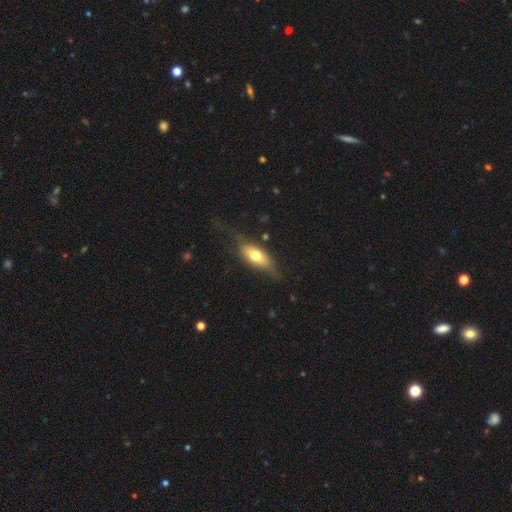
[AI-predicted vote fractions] smooth-or-featured: smooth: 60% | featured or disk: 34% | star or artifact: 6%
  how-rounded: in between: 75% | cigar-shaped: 21% | round: 4%
  merging: none: 60% | minor disturbance: 25% | major disturbance: 13% | merger: 2%